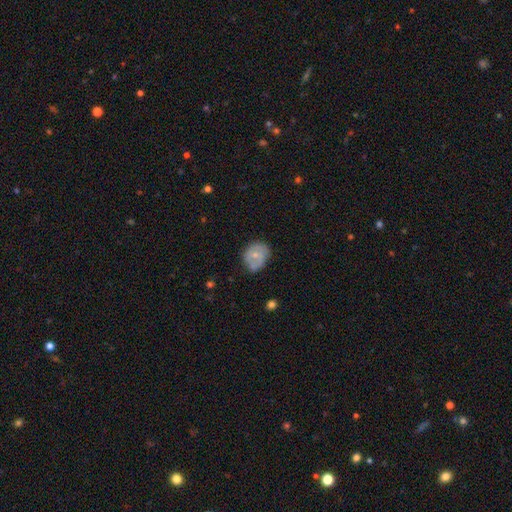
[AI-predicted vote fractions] A smooth galaxy with no disk features (51%) that is round (59%). Merging: none (58%).